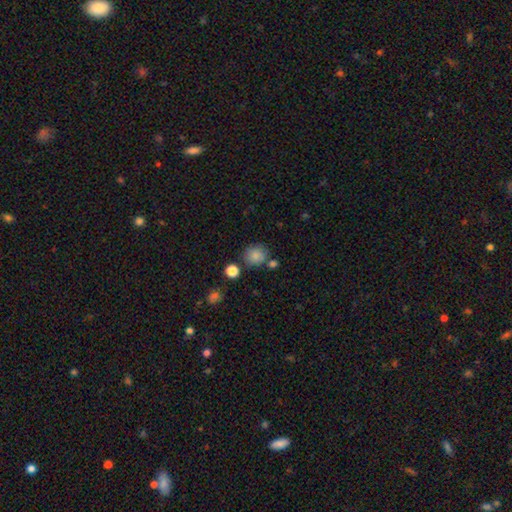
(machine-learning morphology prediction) Smooth or featured? Predicted: smooth (p=0.83). How rounded? Predicted: round (p=0.83). Merging? Predicted: none (p=0.72).